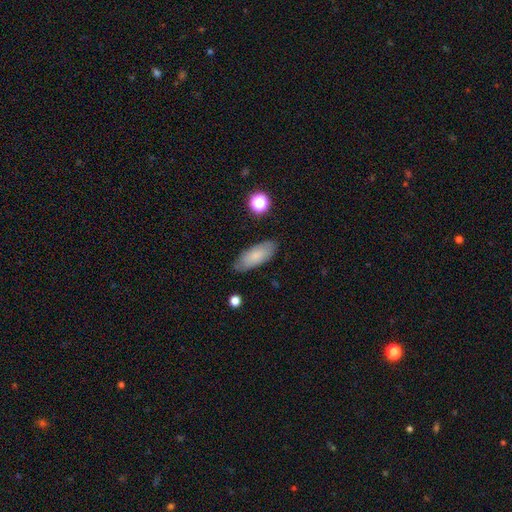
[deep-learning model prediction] Smooth or featured? smooth (77%)
How rounded? in between (78%)
Merging? none (81%)